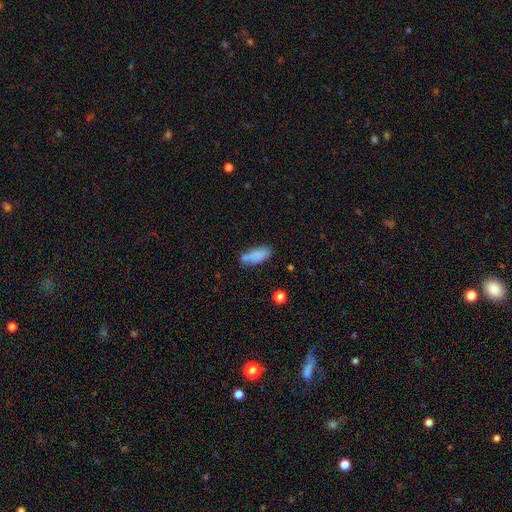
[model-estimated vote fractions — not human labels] A smooth galaxy with no disk features (80%) that is in between round and cigar-shaped (84%).

Vote fractions:
- Smooth or featured? smooth: 80% / featured or disk: 11% / star or artifact: 9%
- How rounded? in between: 84% / cigar-shaped: 14% / round: 3%
- Merging? none: 57% / minor disturbance: 23% / merger: 14% / major disturbance: 7%